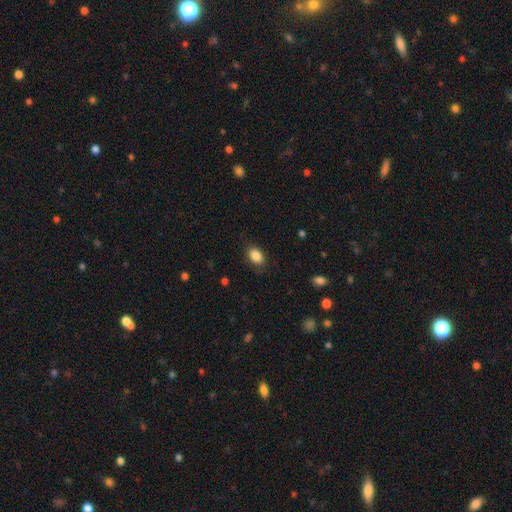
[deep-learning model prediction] A smooth galaxy with no disk features (87%) that is in between round and cigar-shaped (84%).

Vote fractions:
- Smooth or featured? smooth: 87% / star or artifact: 8% / featured or disk: 5%
- How rounded? in between: 84% / round: 14% / cigar-shaped: 1%
- Merging? none: 81% / minor disturbance: 14% / major disturbance: 4% / merger: 1%